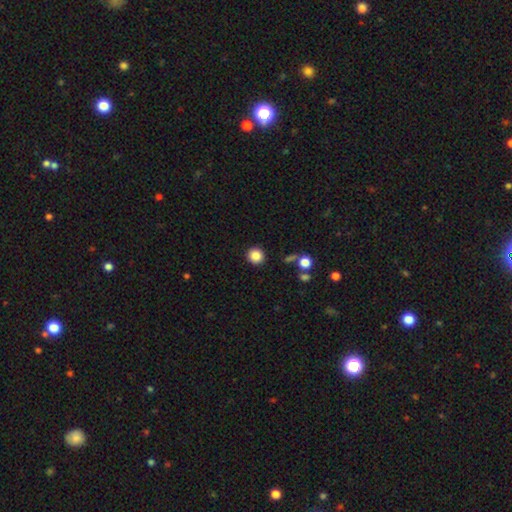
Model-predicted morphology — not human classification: Q: Smooth or featured?
A: smooth (86%); runner-up: star or artifact (10%)
Q: How rounded?
A: round (93%); runner-up: in between (6%)
Q: Merging?
A: none (90%); runner-up: minor disturbance (6%)